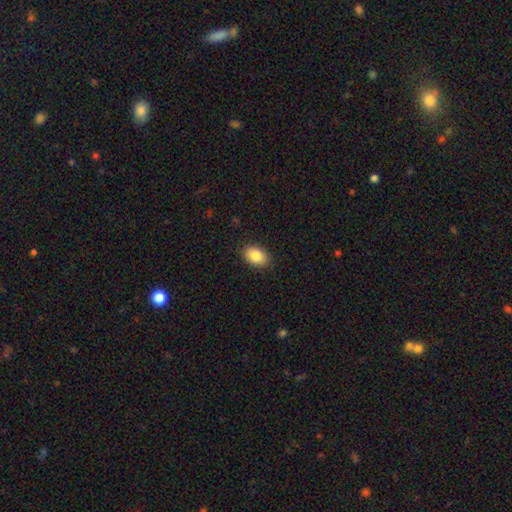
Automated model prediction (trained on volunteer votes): smooth_or_featured: smooth (p=0.86) [alt: star or artifact p=0.07]
how_rounded: in between (p=0.86) [alt: round p=0.13]
merging: none (p=0.88) [alt: minor disturbance p=0.09]